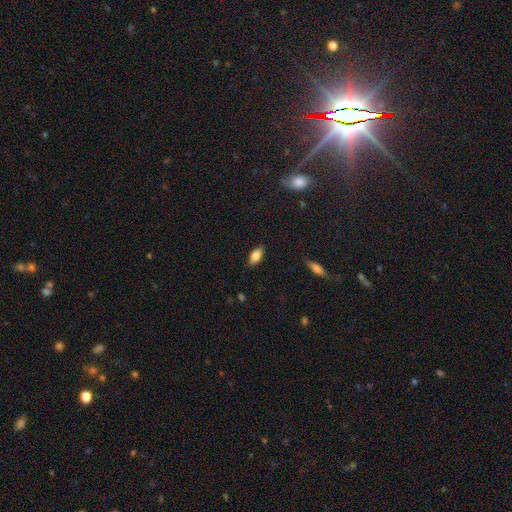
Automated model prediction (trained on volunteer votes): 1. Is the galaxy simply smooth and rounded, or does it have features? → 80% smooth, 12% featured or disk, 8% star or artifact.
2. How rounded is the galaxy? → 88% in between, 8% cigar-shaped, 4% round.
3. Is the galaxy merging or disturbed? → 84% none, 12% minor disturbance, 3% major disturbance, 1% merger.